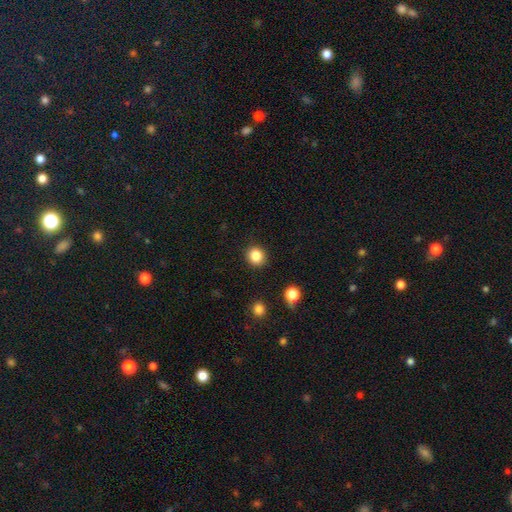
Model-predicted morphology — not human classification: smooth-or-featured: smooth: 85% | star or artifact: 11% | featured or disk: 4%
  how-rounded: round: 85% | in between: 14% | cigar-shaped: 1%
  merging: none: 90% | minor disturbance: 6% | major disturbance: 2% | merger: 1%